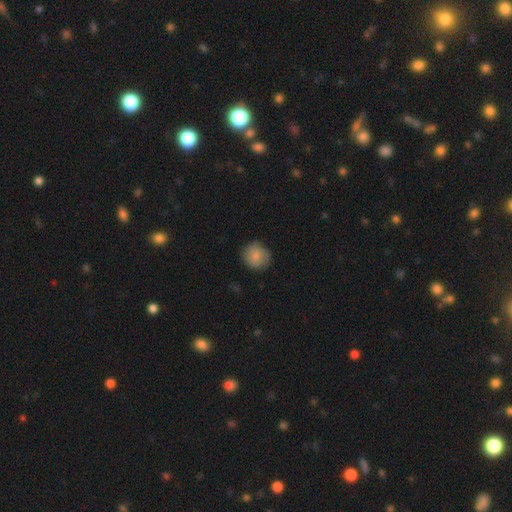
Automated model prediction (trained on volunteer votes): This is clearly a smooth galaxy (84%). How rounded: clearly round (89%). Merging: clearly none (81%).